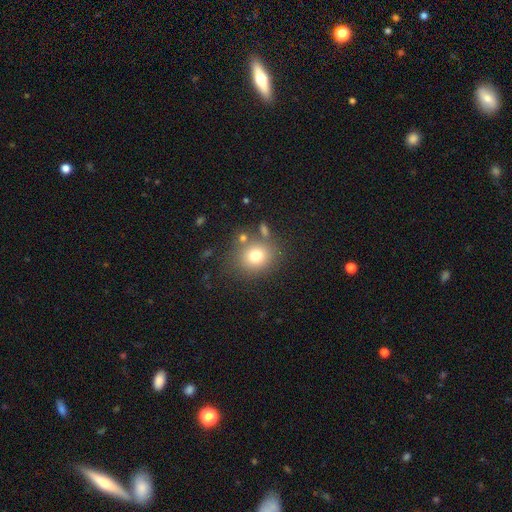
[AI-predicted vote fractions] The model was most divided on "how rounded": round: 79%, in between: 20%, cigar-shaped: 1%. More confident: smooth or featured — smooth (76%); merging — none (74%).